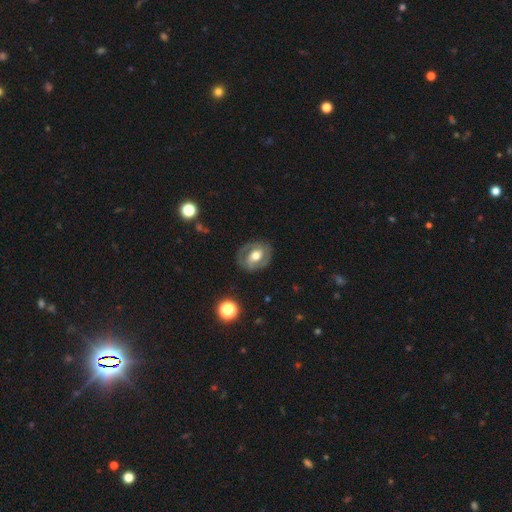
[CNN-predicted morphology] Smooth or featured? featured or disk (71%)
Edge-on disk? no (96%)
Bar? weak (38%)
Spiral arms? yes (74%)
Spiral winding? tight (45%)
Spiral arm count? 2 (83%)
Bulge size? moderate (70%)
Merging? none (81%)